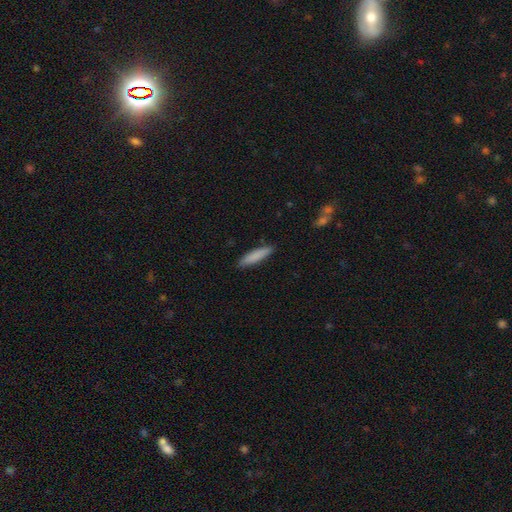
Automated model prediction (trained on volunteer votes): Smooth or featured?
  - smooth: 84% *
  - featured or disk: 10%
  - star or artifact: 6%
How rounded?
  - cigar-shaped: 84% *
  - in between: 15%
  - round: 1%
Merging?
  - none: 88% *
  - minor disturbance: 10%
  - major disturbance: 2%
  - merger: 1%